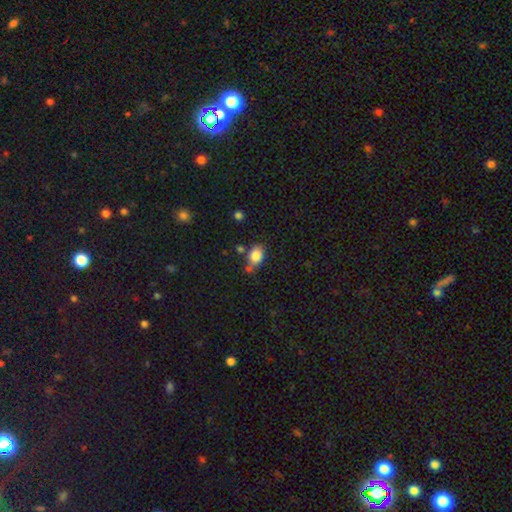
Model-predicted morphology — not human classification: Q: Smooth or featured?
A: smooth (85%); runner-up: star or artifact (9%)
Q: How rounded?
A: in between (68%); runner-up: round (31%)
Q: Merging?
A: none (61%); runner-up: minor disturbance (21%)